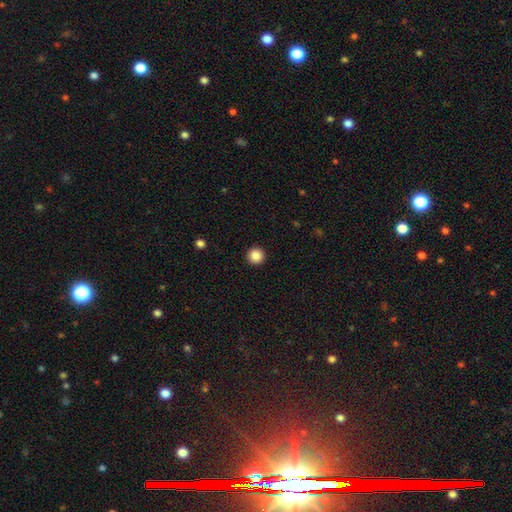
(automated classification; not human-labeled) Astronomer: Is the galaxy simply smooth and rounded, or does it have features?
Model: smooth — 87%.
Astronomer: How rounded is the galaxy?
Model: round — 96%.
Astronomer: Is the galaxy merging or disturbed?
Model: none — 94%.